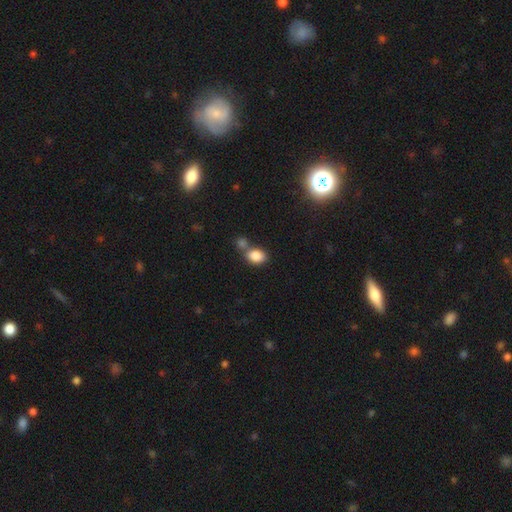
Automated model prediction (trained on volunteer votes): smooth_or_featured: smooth (p=0.85) [alt: star or artifact p=0.09]
how_rounded: in between (p=0.72) [alt: round p=0.27]
merging: none (p=0.50) [alt: merger p=0.35]